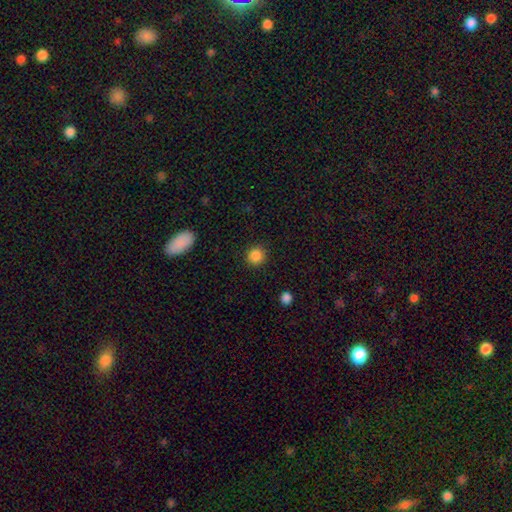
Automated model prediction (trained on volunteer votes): Smooth or featured?
  - smooth: 87% *
  - star or artifact: 10%
  - featured or disk: 3%
How rounded?
  - round: 93% *
  - in between: 6%
  - cigar-shaped: 1%
Merging?
  - none: 91% *
  - minor disturbance: 6%
  - major disturbance: 2%
  - merger: 1%